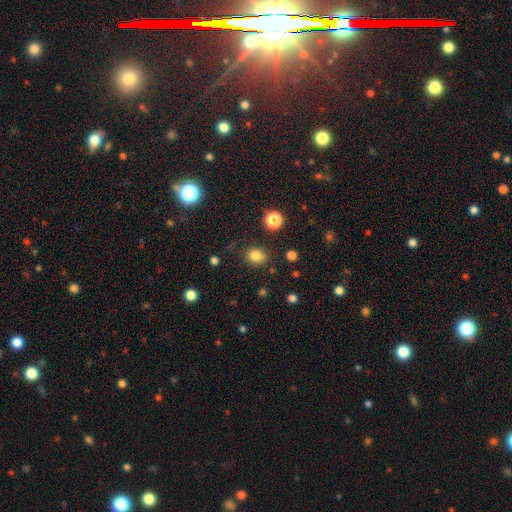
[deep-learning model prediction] Smooth or featured?
  - smooth: 81% *
  - star or artifact: 13%
  - featured or disk: 6%
How rounded?
  - round: 54% *
  - in between: 45%
  - cigar-shaped: 1%
Merging?
  - none: 82% *
  - minor disturbance: 12%
  - major disturbance: 4%
  - merger: 3%